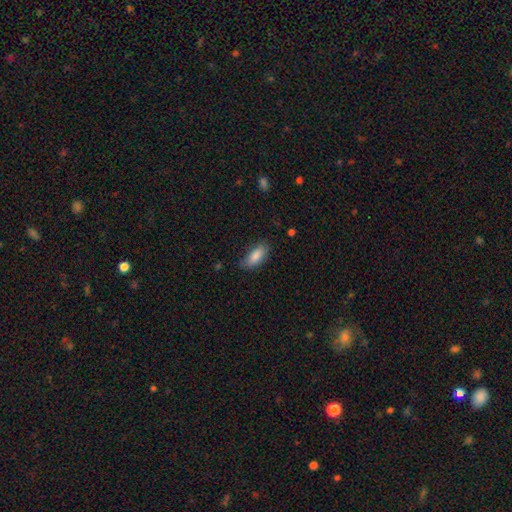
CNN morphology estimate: A smooth galaxy with no disk features (85%) that is in between round and cigar-shaped (82%).

Vote fractions:
- Smooth or featured? smooth: 85% / featured or disk: 9% / star or artifact: 6%
- How rounded? in between: 82% / cigar-shaped: 16% / round: 2%
- Merging? none: 71% / minor disturbance: 23% / major disturbance: 5% / merger: 2%